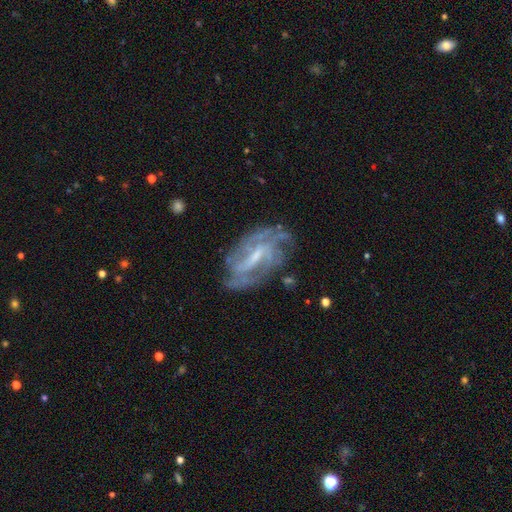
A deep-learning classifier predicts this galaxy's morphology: type=featured or disk (84%); edge-on=no (95%); bar=weak (49%); spiral arms=yes (91%); winding=tight (49%); arm count=can't tell (36%); bulge=small (50%); merging=none (67%).